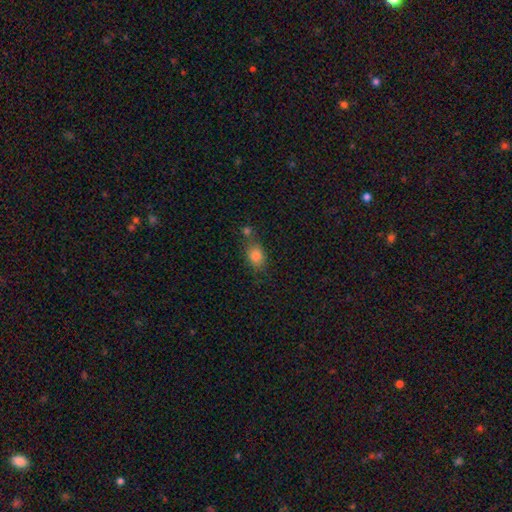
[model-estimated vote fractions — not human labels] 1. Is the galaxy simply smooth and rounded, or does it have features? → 83% smooth, 10% star or artifact, 7% featured or disk.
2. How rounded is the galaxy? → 70% in between, 27% round, 2% cigar-shaped.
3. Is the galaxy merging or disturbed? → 59% none, 19% merger, 17% minor disturbance, 6% major disturbance.